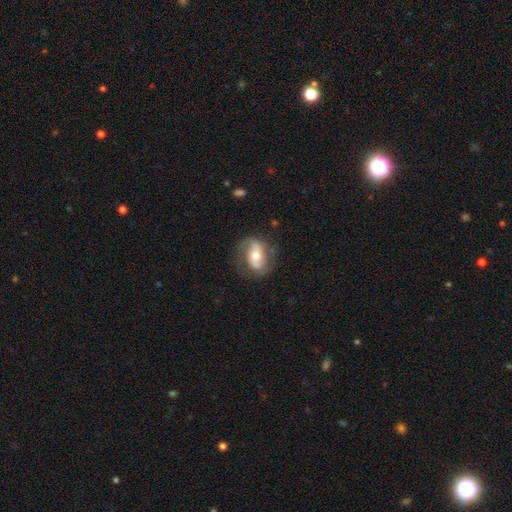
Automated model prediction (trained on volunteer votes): A featured or disk galaxy (65%) with no bar (39%), spiral arms (80%) and a moderate central bulge (69%).

Vote fractions:
- Smooth or featured? featured or disk: 65% / smooth: 29% / star or artifact: 7%
- Edge-on disk? no: 95% / yes: 5%
- Bar? no: 39% / weak: 33% / strong: 27%
- Spiral arms? yes: 80% / no: 20%
- Bulge size? moderate: 69% / small: 20% / large: 9% / dominant: 1% / none: 1%
- Merging? none: 68% / minor disturbance: 20% / major disturbance: 11% / merger: 2%